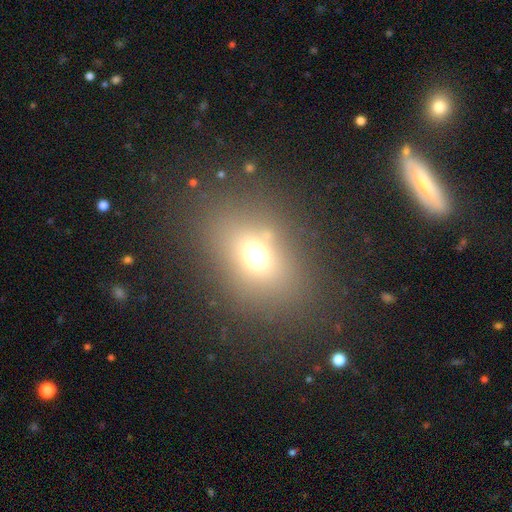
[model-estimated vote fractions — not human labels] This is likely a smooth galaxy (66%). How rounded: possibly in between (58%). Merging: likely none (78%).